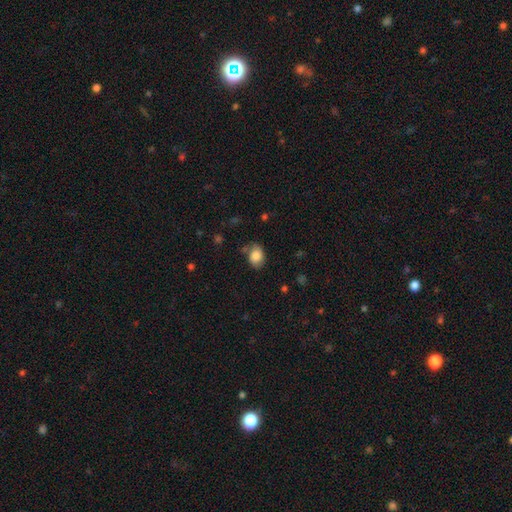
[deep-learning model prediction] Q: Smooth or featured?
A: smooth (80%); runner-up: featured or disk (12%)
Q: How rounded?
A: in between (73%); runner-up: round (26%)
Q: Merging?
A: none (67%); runner-up: minor disturbance (23%)